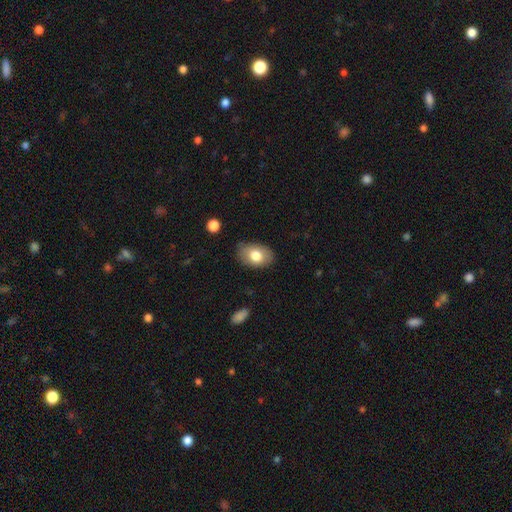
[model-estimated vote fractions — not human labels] Smooth or featured: smooth — 77% (featured or disk — 16%)
How rounded: in between — 86% (round — 13%)
Merging: none — 81% (minor disturbance — 15%)